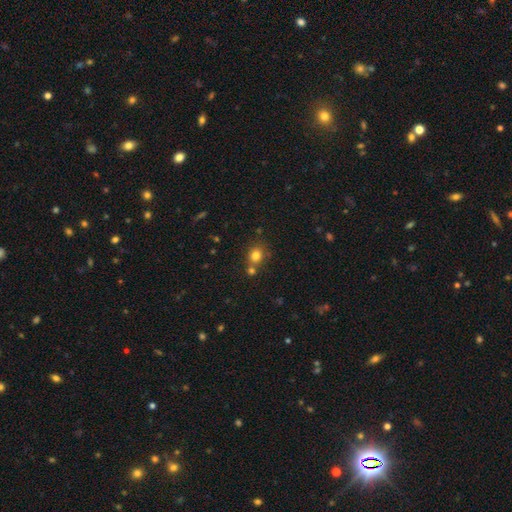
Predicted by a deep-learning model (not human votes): This is likely a smooth galaxy (79%). How rounded: likely round (71%). Merging: likely none (60%).